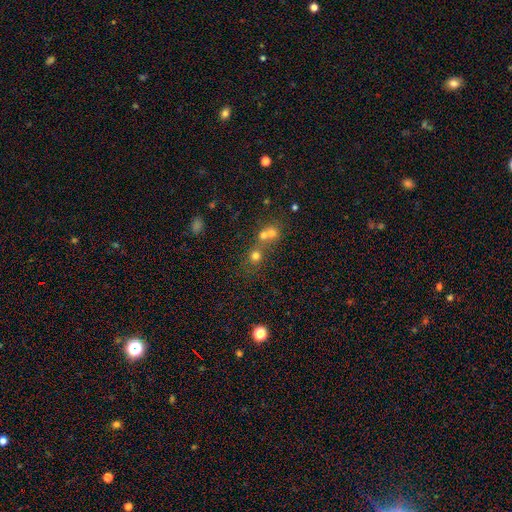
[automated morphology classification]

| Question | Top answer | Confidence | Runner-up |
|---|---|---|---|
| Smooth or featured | smooth | 62% | star or artifact (23%) |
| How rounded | round | 83% | in between (15%) |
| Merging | merger | 51% | none (39%) |